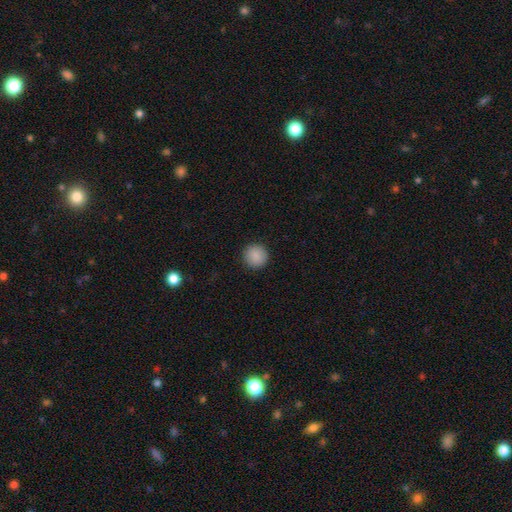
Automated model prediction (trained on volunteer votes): This is clearly a smooth galaxy (89%). How rounded: clearly round (95%). Merging: clearly none (93%).